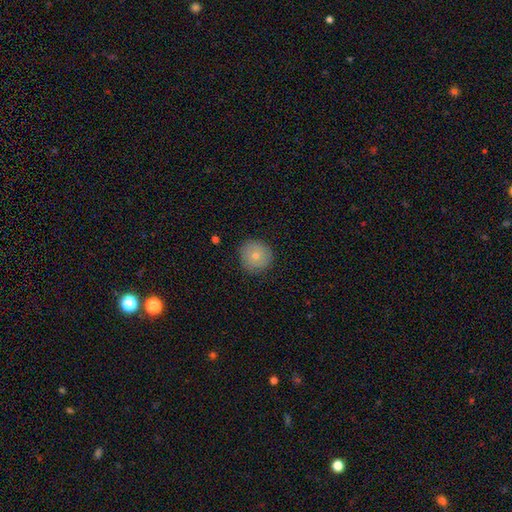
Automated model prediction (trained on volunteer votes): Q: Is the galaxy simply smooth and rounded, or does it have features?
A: smooth — 75%.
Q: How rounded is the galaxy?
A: round — 95%.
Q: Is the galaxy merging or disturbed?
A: none — 86%.